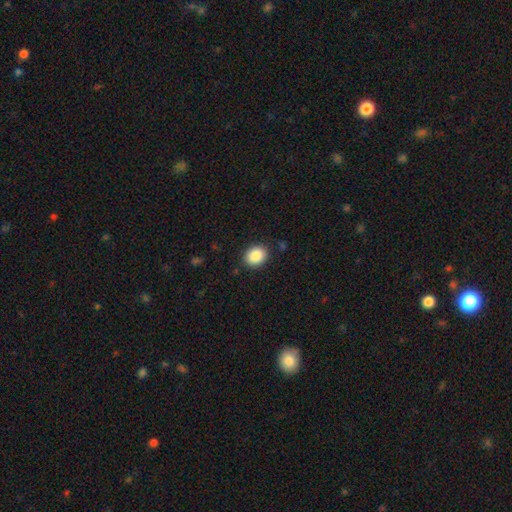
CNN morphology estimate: smooth-or-featured: smooth: 88% | star or artifact: 8% | featured or disk: 4%
  how-rounded: in between: 51% | round: 48% | cigar-shaped: 1%
  merging: none: 88% | minor disturbance: 8% | major disturbance: 2% | merger: 1%